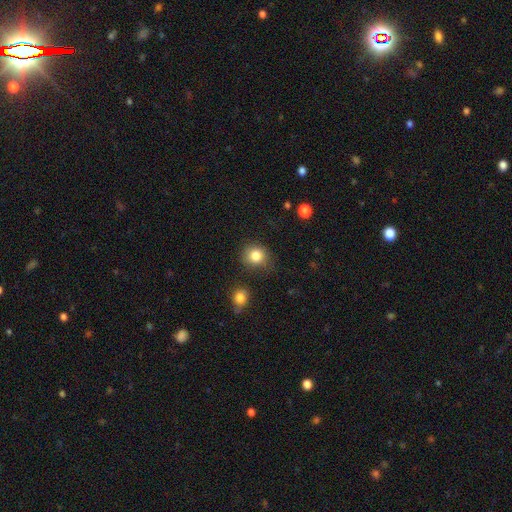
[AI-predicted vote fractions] Smooth or featured? smooth (83%)
How rounded? round (82%)
Merging? none (77%)